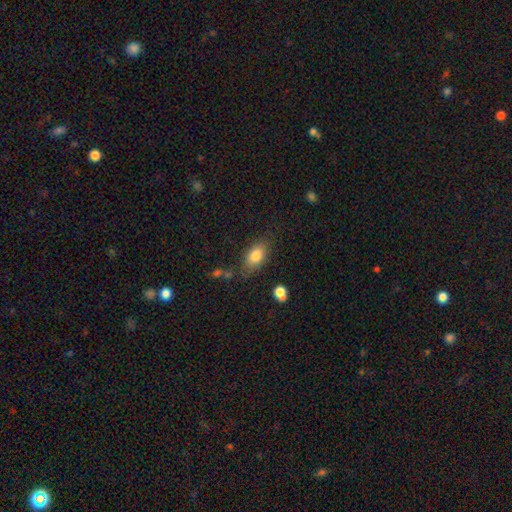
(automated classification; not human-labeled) Overall: smooth (80%). How rounded: in between (86%). Merging: none (74%).